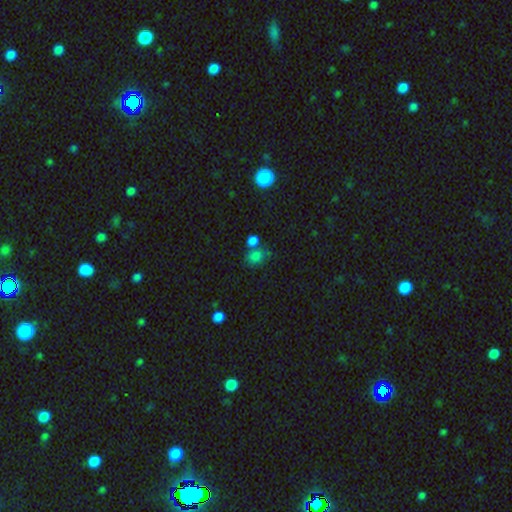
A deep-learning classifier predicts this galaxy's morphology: A smooth galaxy with no disk features (74%) that is in between round and cigar-shaped (51%). Merging: merger (41%).